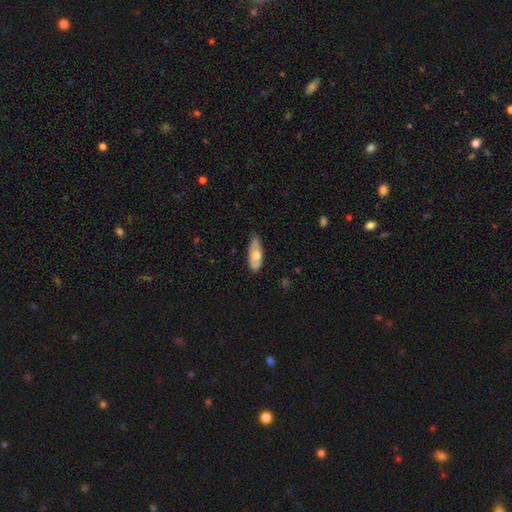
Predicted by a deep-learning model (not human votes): This appears to be a smooth galaxy with no disk features (61%) that is in between round and cigar-shaped (79%). Merging: none (70%).